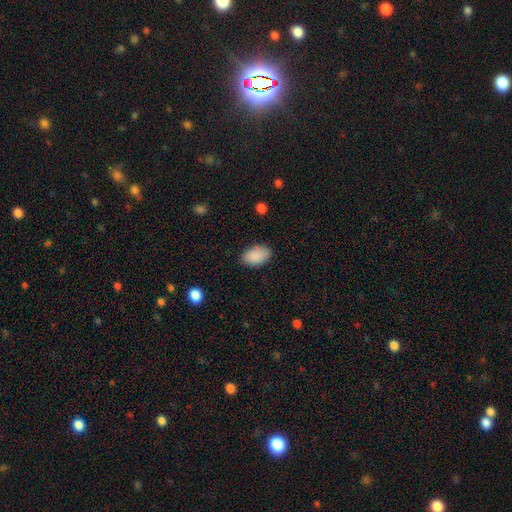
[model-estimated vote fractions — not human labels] A smooth galaxy with no disk features (89%) that is in between round and cigar-shaped (94%). Merging: none (83%).